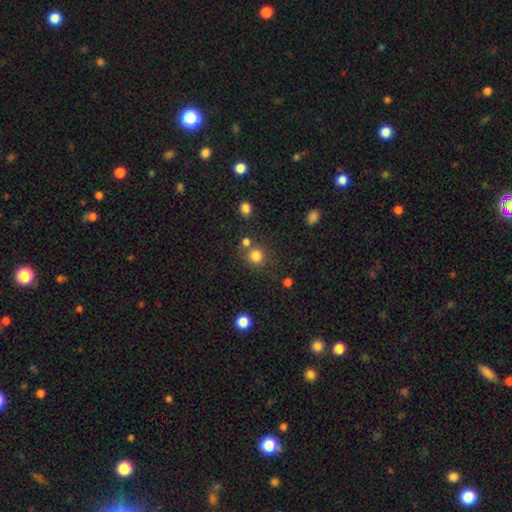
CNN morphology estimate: smooth-or-featured: smooth: 81% | star or artifact: 14% | featured or disk: 5%
  how-rounded: round: 91% | in between: 8% | cigar-shaped: 1%
  merging: none: 72% | merger: 16% | minor disturbance: 9% | major disturbance: 4%